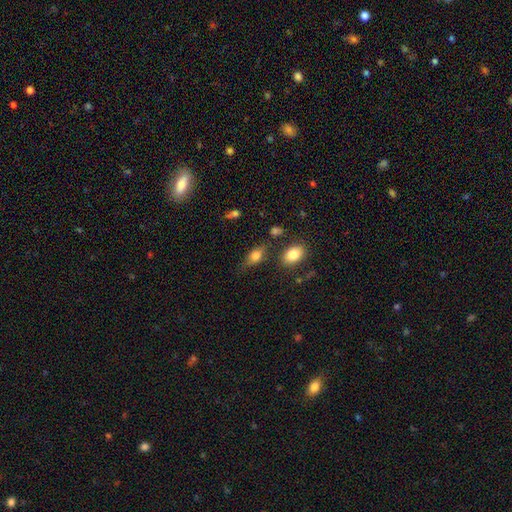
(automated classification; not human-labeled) smooth_or_featured: smooth (p=0.73) [alt: featured or disk p=0.18]
how_rounded: in between (p=0.82) [alt: round p=0.10]
merging: none (p=0.66) [alt: minor disturbance p=0.21]